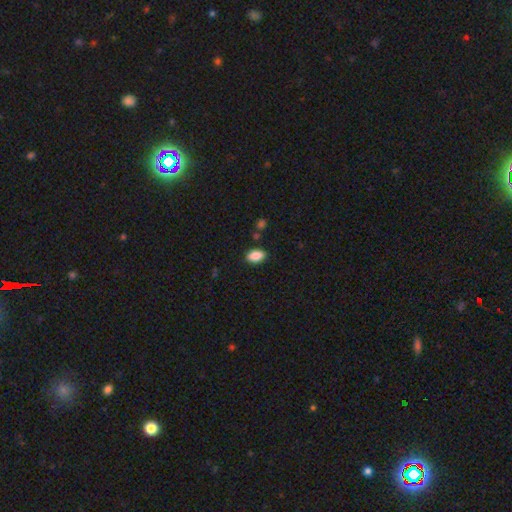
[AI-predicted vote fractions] A smooth galaxy with no disk features (88%) that is in between round and cigar-shaped (91%). Merging: none (87%).